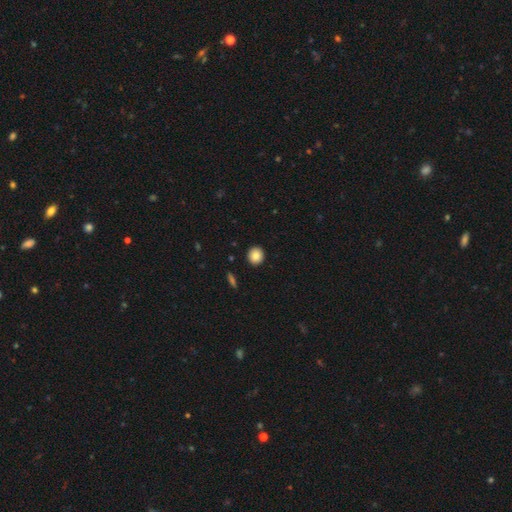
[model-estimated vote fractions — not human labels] smooth_or_featured: smooth (p=0.85) [alt: star or artifact p=0.09]
how_rounded: round (p=0.87) [alt: in between p=0.12]
merging: none (p=0.92) [alt: minor disturbance p=0.05]